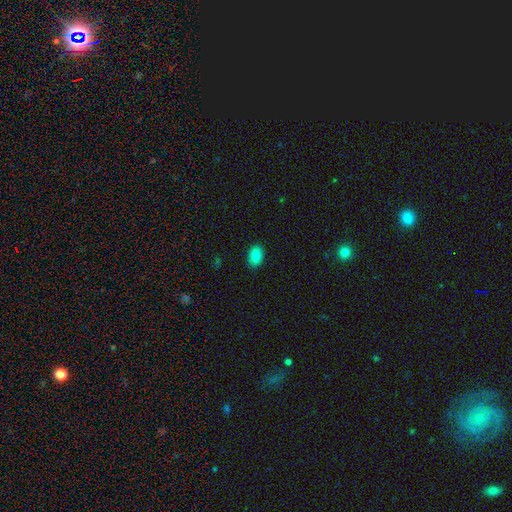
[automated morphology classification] Q: Smooth or featured?
A: smooth (86%); runner-up: star or artifact (8%)
Q: How rounded?
A: in between (91%); runner-up: round (8%)
Q: Merging?
A: none (89%); runner-up: minor disturbance (9%)